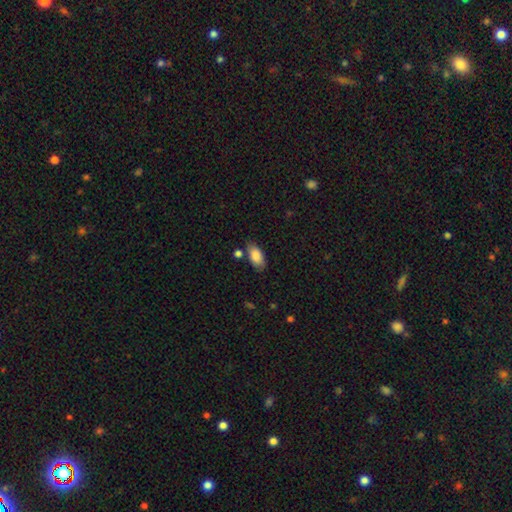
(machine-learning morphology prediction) Overall: smooth (86%). How rounded: in between (92%). Merging: none (69%).